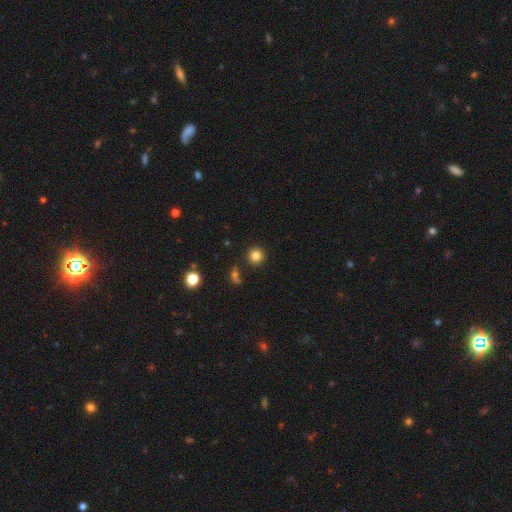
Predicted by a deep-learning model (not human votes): This is clearly a smooth galaxy (82%). How rounded: clearly round (94%). Merging: clearly none (89%).